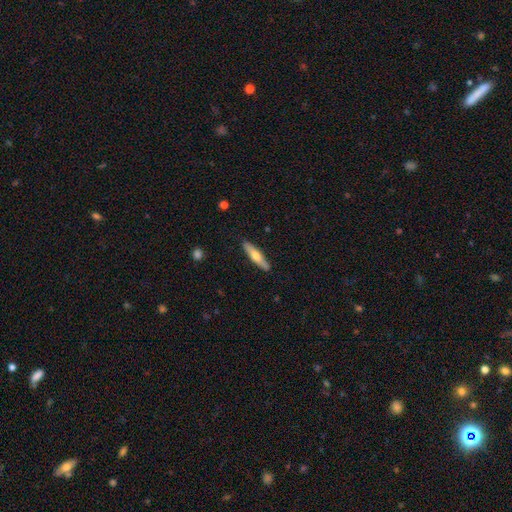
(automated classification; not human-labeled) This is possibly a smooth galaxy (56%). How rounded: likely cigar-shaped (80%). Merging: clearly none (89%).